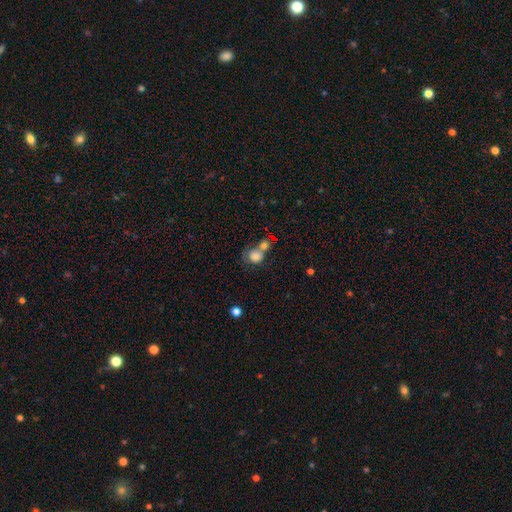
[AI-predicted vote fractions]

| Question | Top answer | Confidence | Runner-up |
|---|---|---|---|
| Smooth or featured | smooth | 78% | featured or disk (11%) |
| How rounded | round | 74% | in between (24%) |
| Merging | merger | 37% | tied: none (37%) |